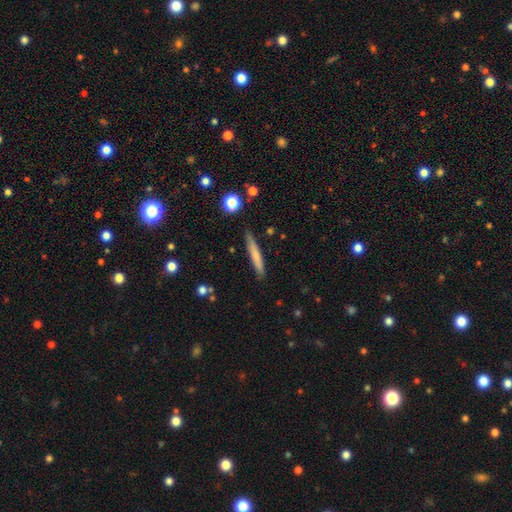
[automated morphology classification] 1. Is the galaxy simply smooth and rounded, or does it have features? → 70% smooth, 24% featured or disk, 6% star or artifact.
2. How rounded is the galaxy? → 95% cigar-shaped, 4% in between, 1% round.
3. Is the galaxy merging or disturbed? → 87% none, 9% minor disturbance, 2% major disturbance, 2% merger.